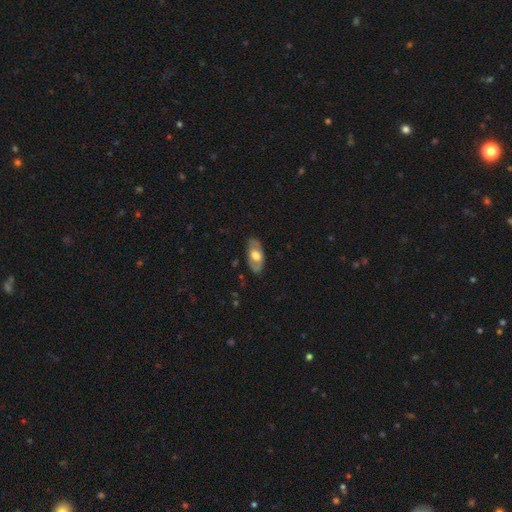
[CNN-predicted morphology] Smooth or featured? featured or disk (51%)
Edge-on disk? no (82%)
Merging? none (78%)